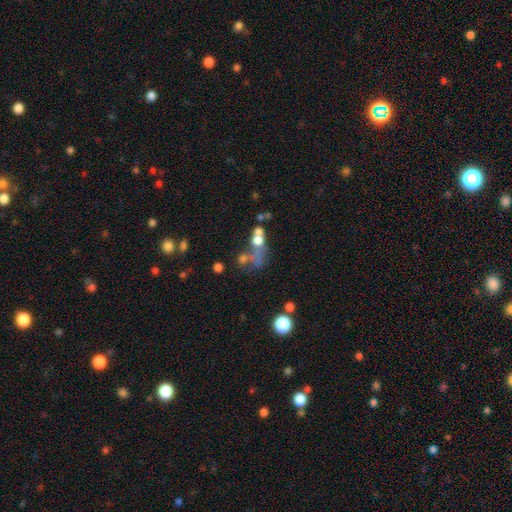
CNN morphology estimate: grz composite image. It shows a smooth galaxy with no disk features (40%). Merging: merger (38%).